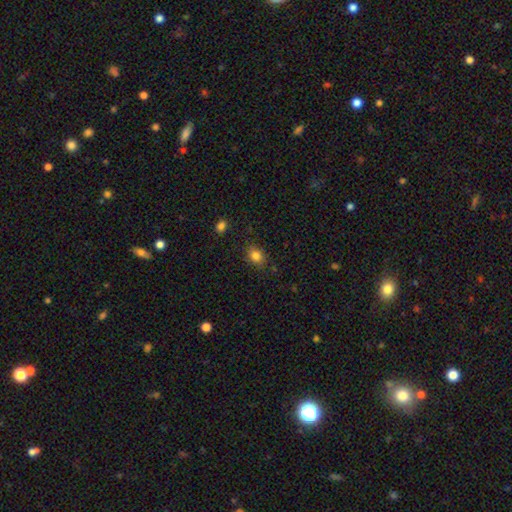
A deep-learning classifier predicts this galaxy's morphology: Smooth or featured? Predicted: smooth (p=0.84). How rounded? Predicted: round (p=0.51). Merging? Predicted: none (p=0.84).